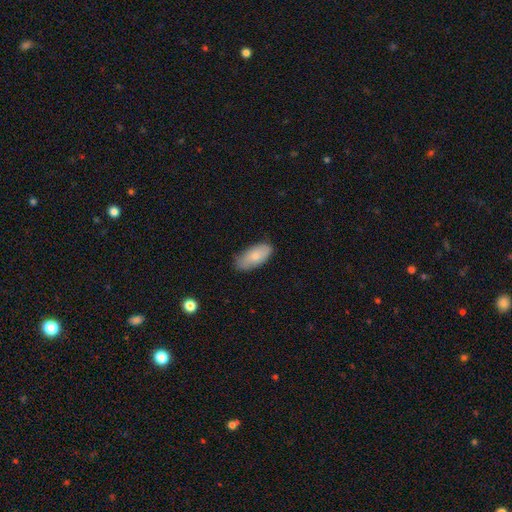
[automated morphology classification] Smooth or featured? smooth (79%)
How rounded? in between (91%)
Merging? none (77%)